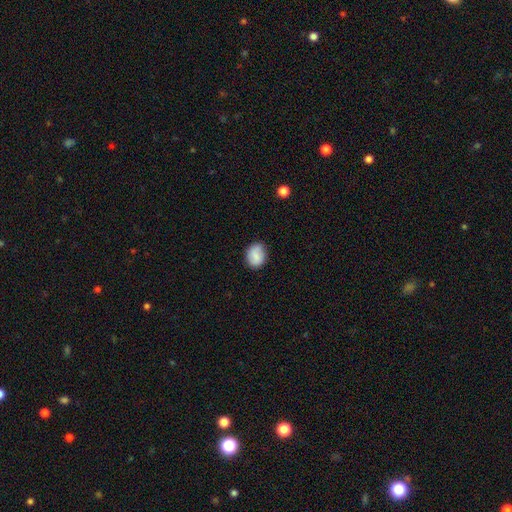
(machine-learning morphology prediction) The model was most divided on "how rounded": in between: 52%, round: 47%, cigar-shaped: 1%. More confident: smooth or featured — smooth (80%); merging — none (76%).